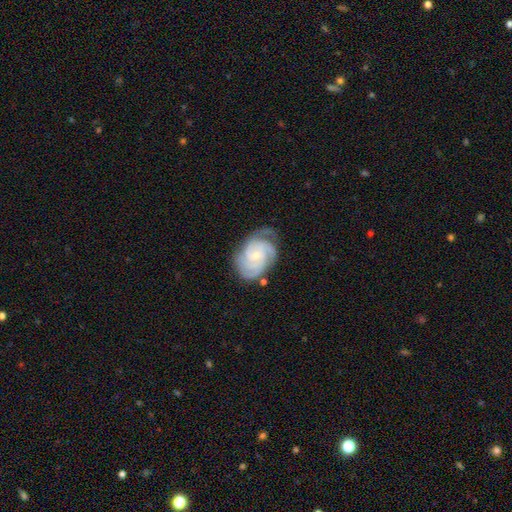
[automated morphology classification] This is clearly a featured or disk galaxy (89%). It is clearly not viewed edge-on (98%). Bar: possibly no (57%). Spiral arm pattern: clearly yes (98%). Spiral arm count: marginally 3 (39%). Spiral winding: likely tight (69%). Central bulge: likely small (67%). Merging: likely none (67%).